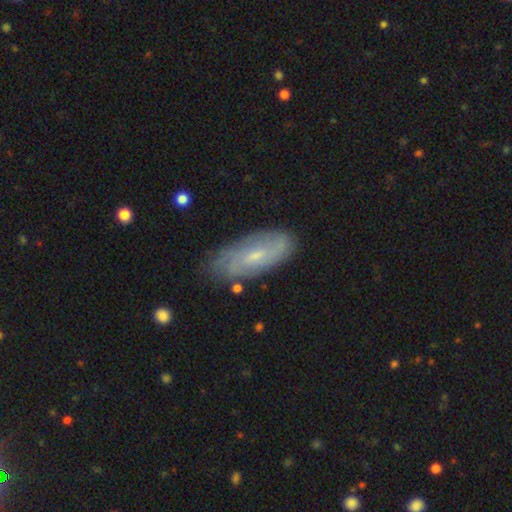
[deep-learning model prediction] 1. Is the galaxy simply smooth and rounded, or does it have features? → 51% featured or disk, 42% smooth, 7% star or artifact.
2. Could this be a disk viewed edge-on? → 86% no, 14% yes.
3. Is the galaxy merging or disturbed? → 73% none, 20% minor disturbance, 4% major disturbance, 2% merger.